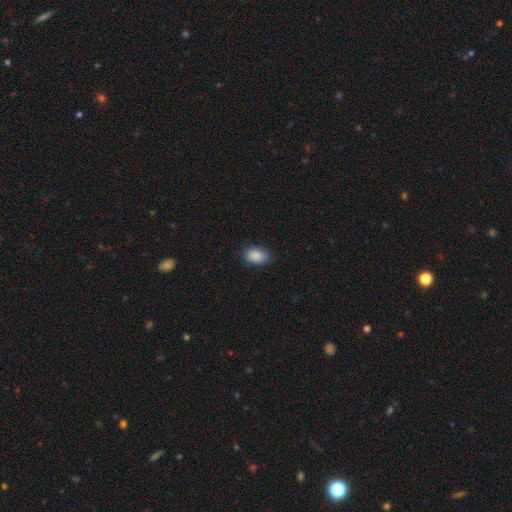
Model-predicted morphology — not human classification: type=smooth (89%); roundness=in between (84%); merging=none (83%).